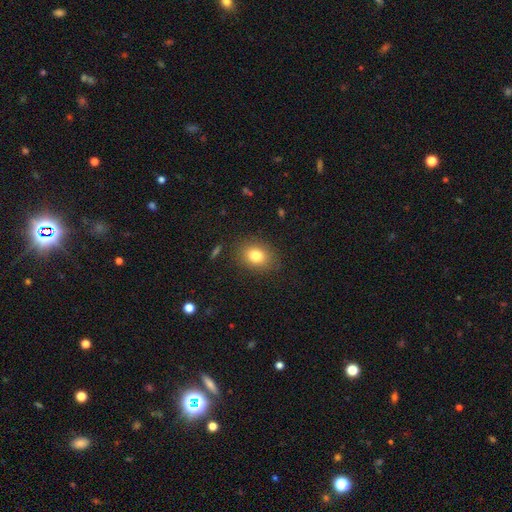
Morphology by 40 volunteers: Smooth or featured?
  - smooth: 85% *
  - featured or disk: 8%
  - star or artifact: 8%
How rounded?
  - in between: 62% *
  - round: 38%
  - cigar-shaped: 0%
Merging?
  - none: 86% *
  - minor disturbance: 11%
  - major disturbance: 3%
  - merger: 0%